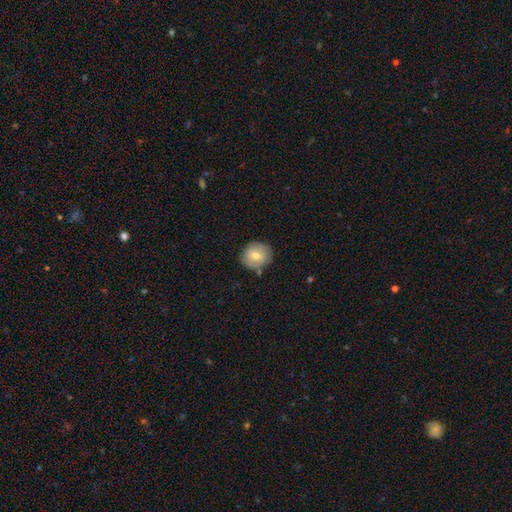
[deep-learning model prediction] smooth 69%, featured or disk 23%, star or artifact 8%. Down the decision tree: how rounded — round (85%); merging — none (75%).